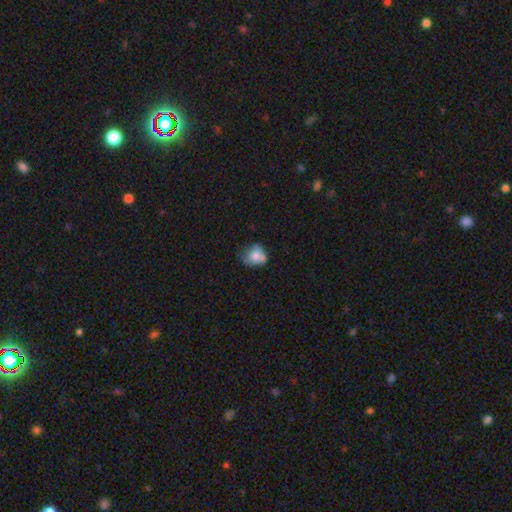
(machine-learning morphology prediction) This appears to be a smooth galaxy with no disk features (71%) that is round (58%). Merging: none (42%).